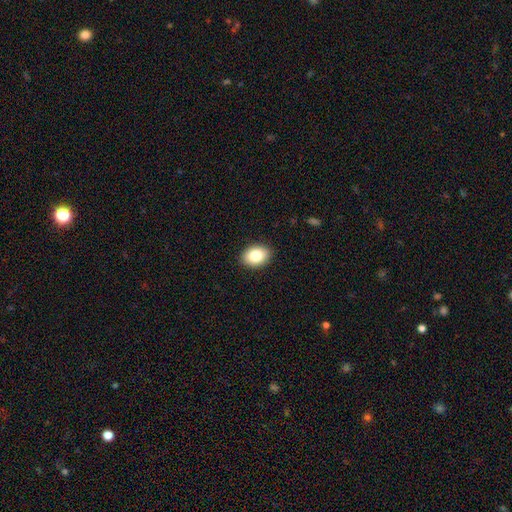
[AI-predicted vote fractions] A smooth galaxy with no disk features (83%) that is in between round and cigar-shaped (78%).

Vote fractions:
- Smooth or featured? smooth: 83% / featured or disk: 9% / star or artifact: 8%
- How rounded? in between: 78% / round: 21% / cigar-shaped: 1%
- Merging? none: 90% / minor disturbance: 7% / major disturbance: 2% / merger: 1%